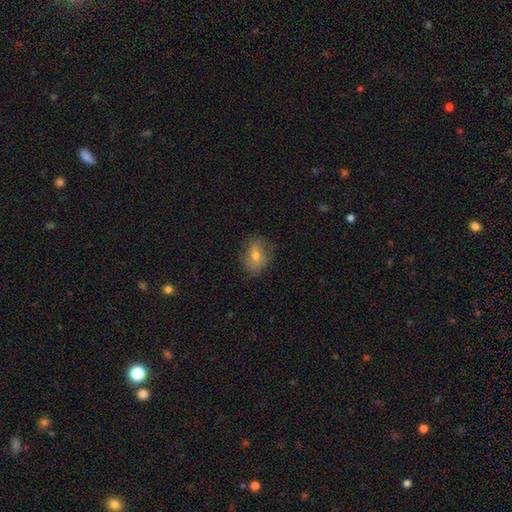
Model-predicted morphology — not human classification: Smooth or featured?
  - smooth: 62% *
  - featured or disk: 29%
  - star or artifact: 9%
How rounded?
  - in between: 67% *
  - round: 31%
  - cigar-shaped: 2%
Merging?
  - none: 72% *
  - minor disturbance: 20%
  - major disturbance: 7%
  - merger: 1%